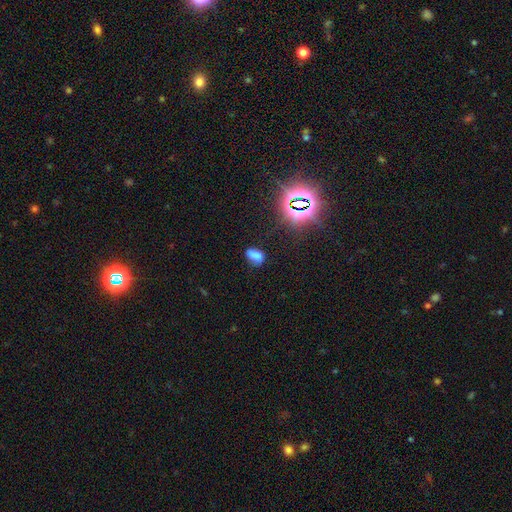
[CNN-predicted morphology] Smooth or featured? smooth (68%)
How rounded? in between (83%)
Merging? none (59%)